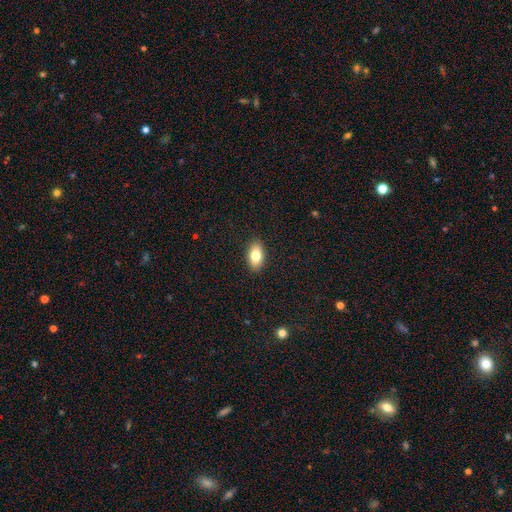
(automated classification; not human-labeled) smooth 78%, featured or disk 14%, star or artifact 8%. Down the decision tree: how rounded — in between (91%); merging — none (90%).